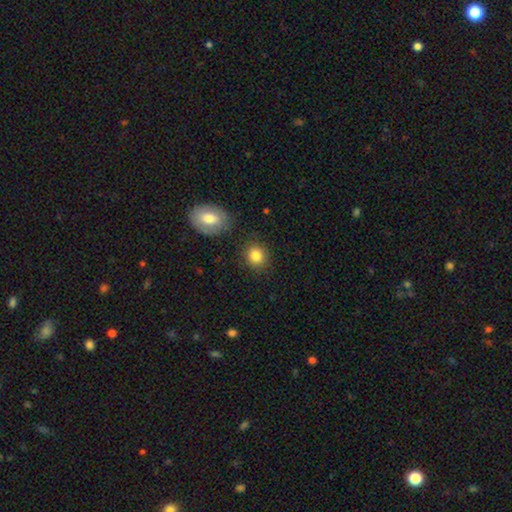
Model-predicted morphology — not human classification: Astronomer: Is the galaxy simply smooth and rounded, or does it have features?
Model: smooth — 84%.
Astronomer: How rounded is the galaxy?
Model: round — 80%.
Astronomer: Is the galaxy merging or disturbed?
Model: none — 85%.